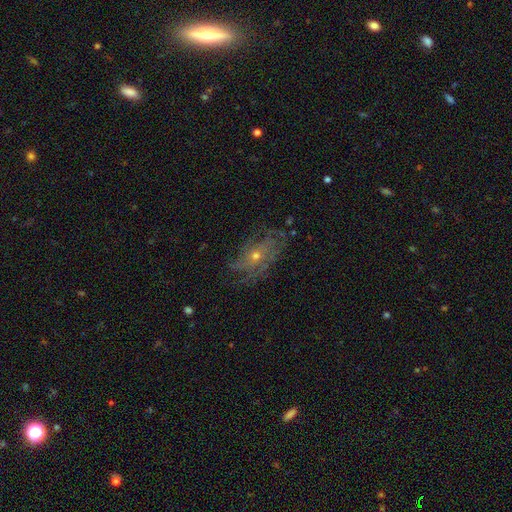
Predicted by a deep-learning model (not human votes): Smooth or featured? featured or disk (68%)
Edge-on disk? no (93%)
Bar? no (82%)
Spiral arms? yes (75%)
Bulge size? small (56%)
Merging? none (63%)